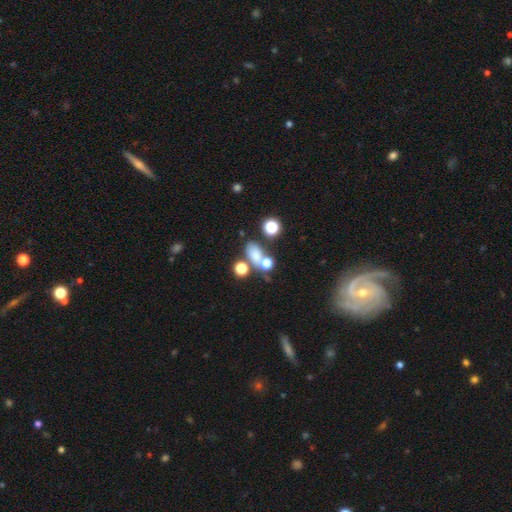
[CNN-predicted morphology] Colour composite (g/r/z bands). It shows a smooth galaxy with no disk features (69%) that is in between round and cigar-shaped (70%). Merging: none (51%).